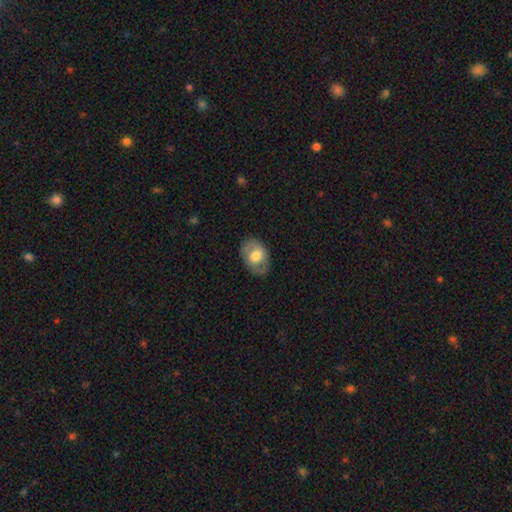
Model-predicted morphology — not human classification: Q: Smooth or featured?
A: smooth (60%); runner-up: featured or disk (34%)
Q: How rounded?
A: in between (79%); runner-up: round (20%)
Q: Merging?
A: none (78%); runner-up: minor disturbance (16%)